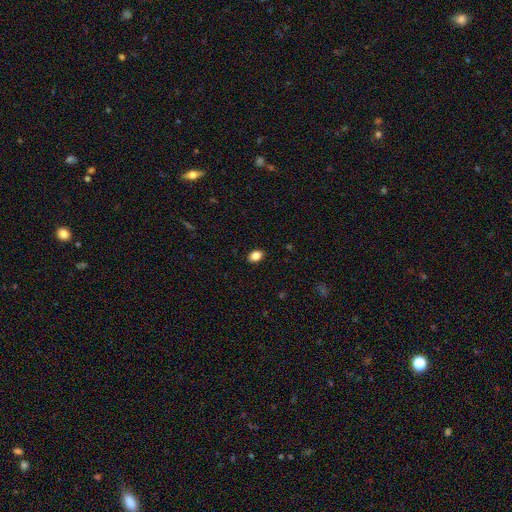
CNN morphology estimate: This appears to be a smooth galaxy with no disk features (86%) that is in between round and cigar-shaped (83%). Merging: none (89%).